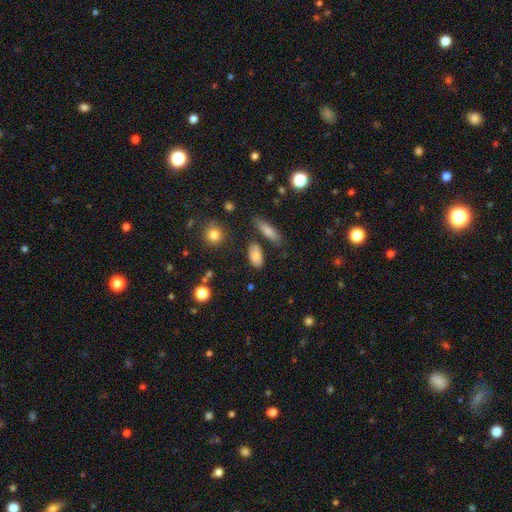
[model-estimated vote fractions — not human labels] Smooth or featured? Predicted: smooth (p=0.82). How rounded? Predicted: in between (p=0.88). Merging? Predicted: none (p=0.75).